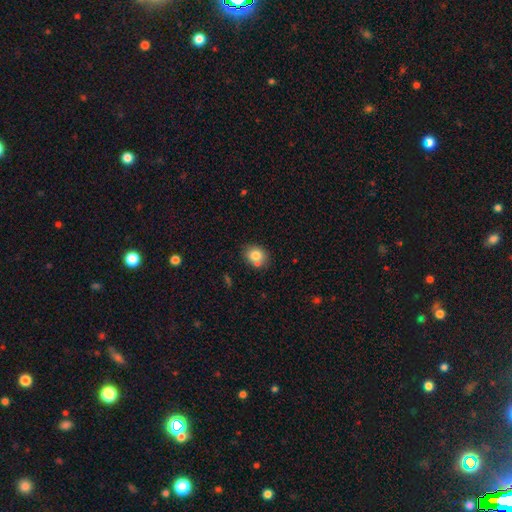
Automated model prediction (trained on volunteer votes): Smooth or featured? Predicted: smooth (p=0.80). How rounded? Predicted: round (p=0.60). Merging? Predicted: none (p=0.68).